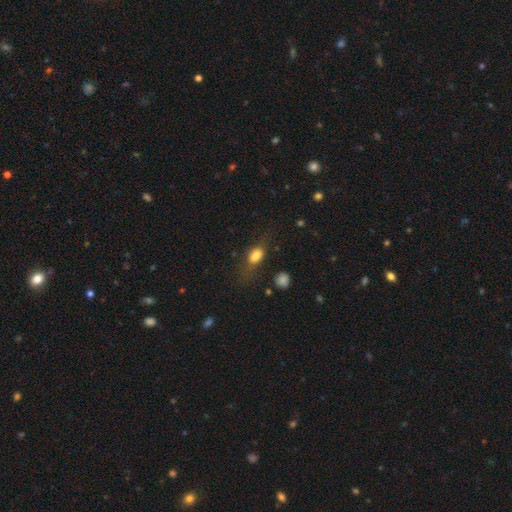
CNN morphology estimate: Overall: smooth (75%). How rounded: in between (77%). Merging: none (52%; minor disturbance 23%).